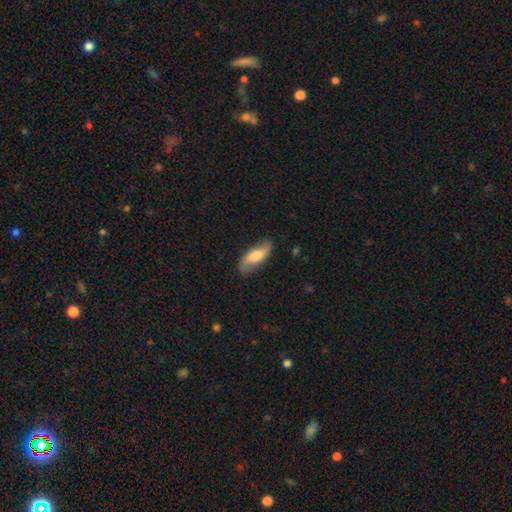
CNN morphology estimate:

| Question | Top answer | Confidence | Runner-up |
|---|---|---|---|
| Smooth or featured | featured or disk | 52% | smooth (42%) |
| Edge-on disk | no | 80% | yes (20%) |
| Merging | none | 78% | minor disturbance (16%) |